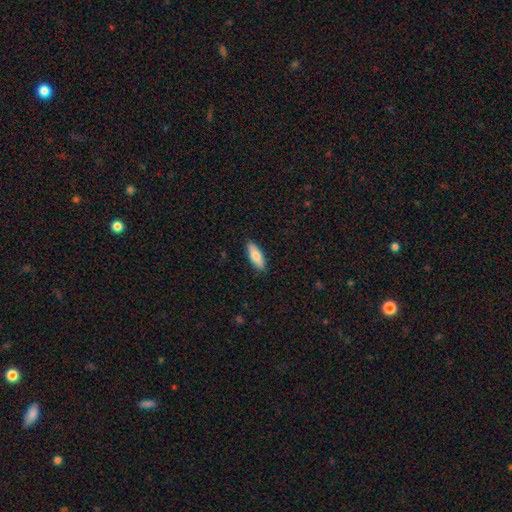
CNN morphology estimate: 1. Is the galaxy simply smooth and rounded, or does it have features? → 77% smooth, 18% featured or disk, 6% star or artifact.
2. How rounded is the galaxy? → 67% in between, 31% cigar-shaped, 2% round.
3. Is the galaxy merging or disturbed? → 88% none, 9% minor disturbance, 2% major disturbance, 1% merger.